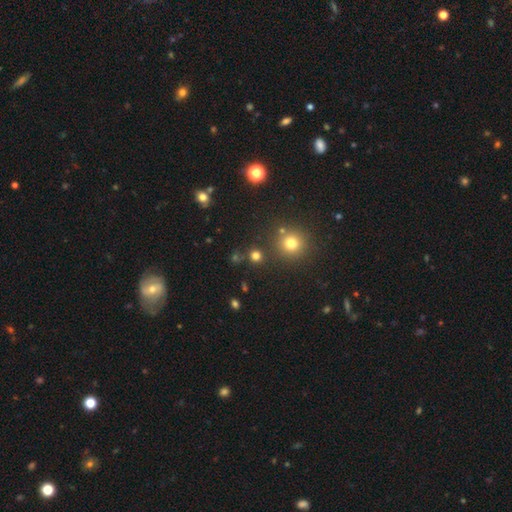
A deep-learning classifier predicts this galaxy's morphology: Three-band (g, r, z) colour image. It shows a smooth galaxy with no disk features (72%) that is round (92%). Merging: none (83%).